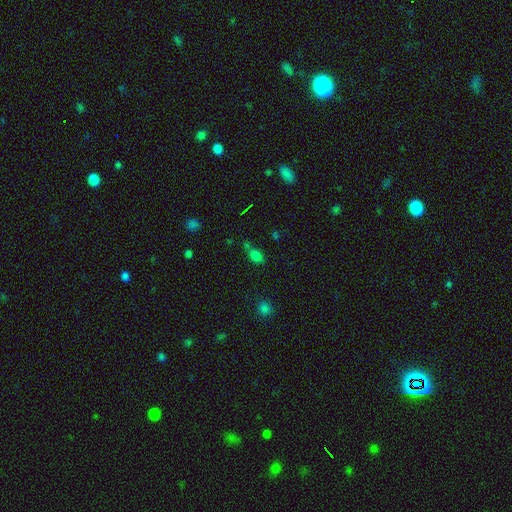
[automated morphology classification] Smooth or featured? Predicted: smooth (p=0.74). How rounded? Predicted: in between (p=0.79). Merging? Predicted: none (p=0.52).